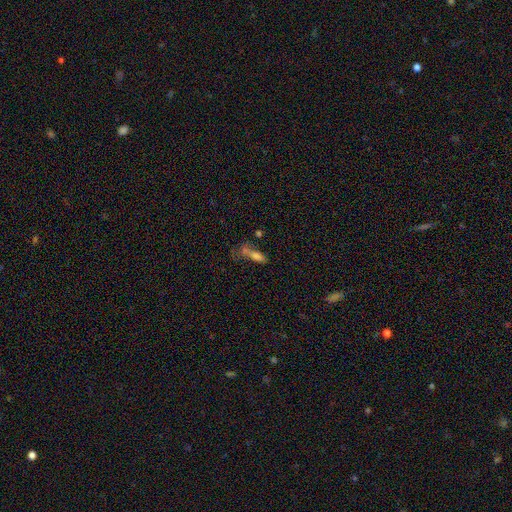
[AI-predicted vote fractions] smooth 59%, featured or disk 22%, star or artifact 19%. Down the decision tree: how rounded — cigar-shaped (49%); merging — none (36%).